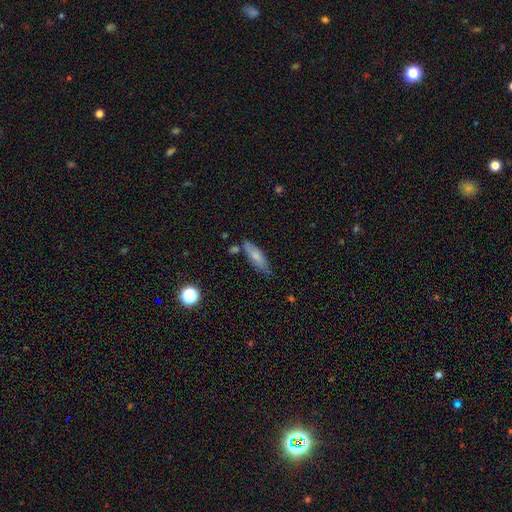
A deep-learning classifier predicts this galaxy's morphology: This appears to be a smooth galaxy with no disk features (74%) that is cigar-shaped (56%). Merging: none (67%).